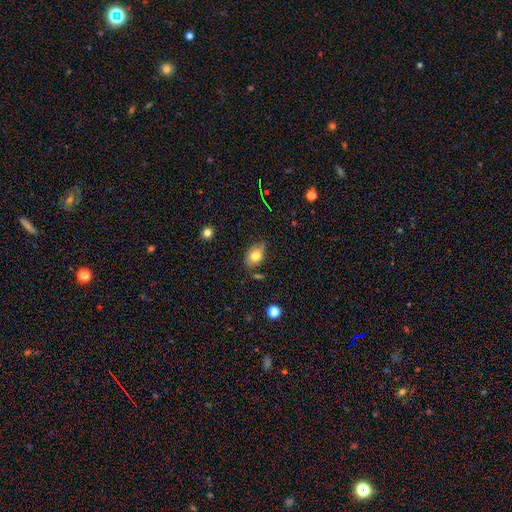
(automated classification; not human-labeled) A smooth galaxy with no disk features (74%) that is in between round and cigar-shaped (83%). Merging: none (68%).